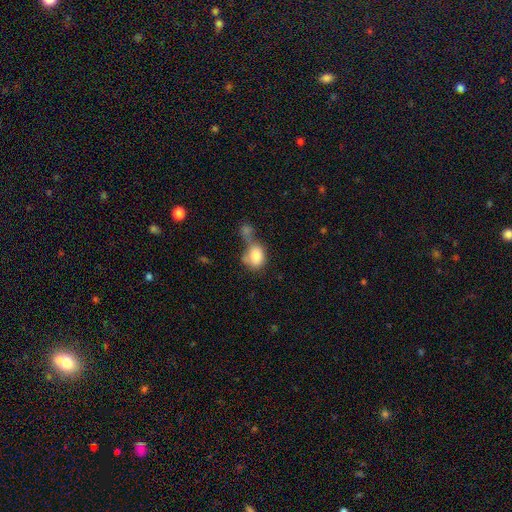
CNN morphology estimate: A smooth galaxy with no disk features (81%) that is in between round and cigar-shaped (62%). Merging: merger (49%).